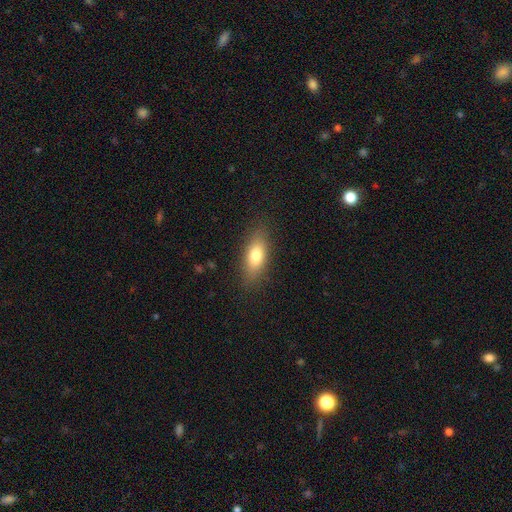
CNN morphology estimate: smooth-or-featured: smooth: 76% | featured or disk: 16% | star or artifact: 8%
  how-rounded: in between: 75% | cigar-shaped: 20% | round: 5%
  merging: none: 84% | minor disturbance: 11% | major disturbance: 3% | merger: 1%